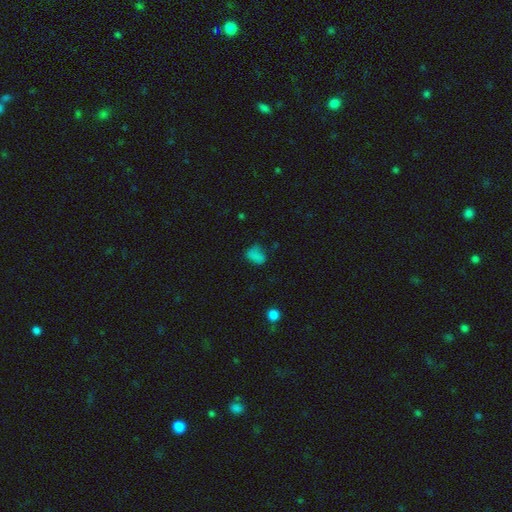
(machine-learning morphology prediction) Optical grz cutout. It shows a smooth galaxy with no disk features (73%) that is in between round and cigar-shaped (78%). Merging: none (50%).